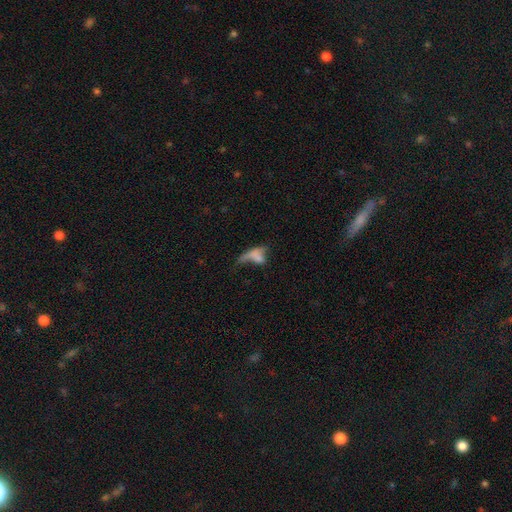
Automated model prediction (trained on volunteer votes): smooth 55%, featured or disk 31%, star or artifact 14%. Down the decision tree: how rounded — in between (70%); merging — major disturbance (39%).